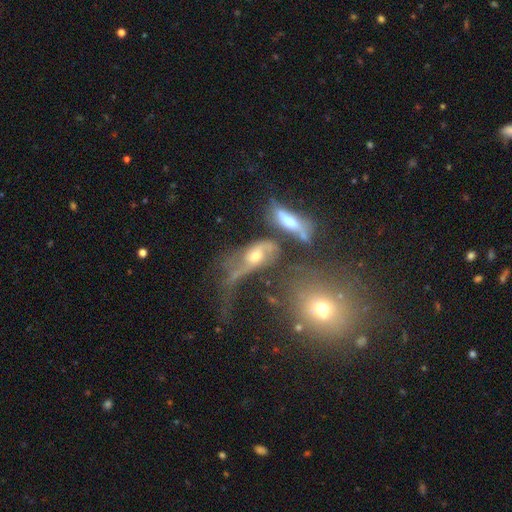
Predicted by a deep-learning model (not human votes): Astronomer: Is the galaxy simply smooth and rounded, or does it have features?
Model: featured or disk — 53% (runner-up: smooth, 31%).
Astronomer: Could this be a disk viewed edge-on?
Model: no — 83%.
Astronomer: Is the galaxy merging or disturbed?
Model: merger — 35%, tied with major disturbance at 35%.